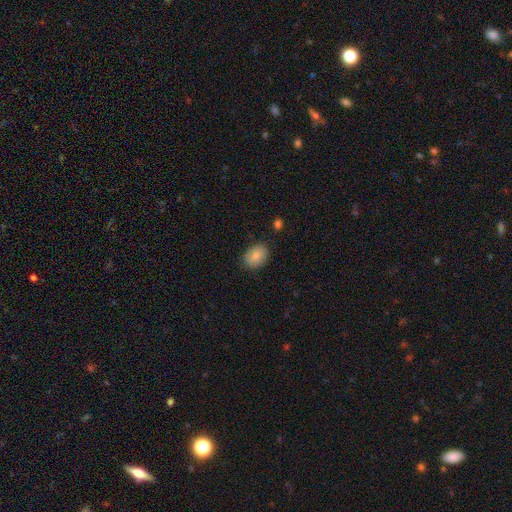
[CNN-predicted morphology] This is clearly a smooth galaxy (84%). How rounded: likely in between (64%). Merging: clearly none (82%).